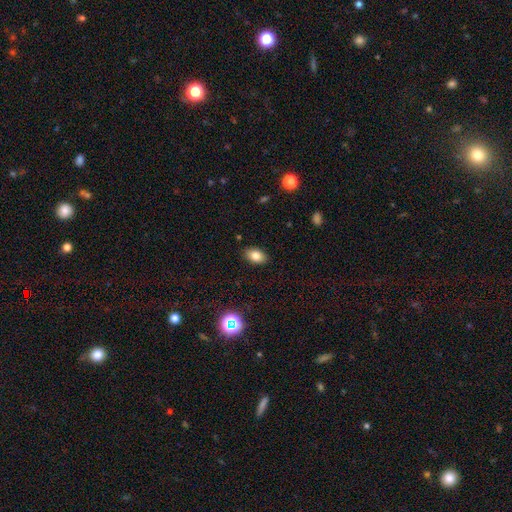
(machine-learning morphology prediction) smooth_or_featured: smooth (p=0.81) [alt: star or artifact p=0.10]
how_rounded: in between (p=0.88) [alt: round p=0.10]
merging: none (p=0.88) [alt: minor disturbance p=0.09]